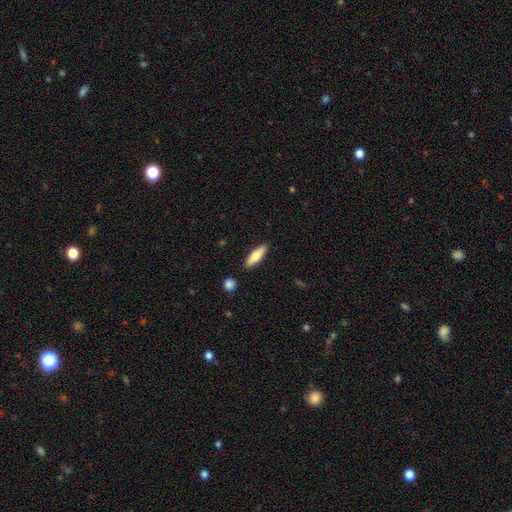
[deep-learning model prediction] Q: Smooth or featured?
A: smooth (66%); runner-up: featured or disk (28%)
Q: How rounded?
A: cigar-shaped (56%); runner-up: in between (42%)
Q: Merging?
A: none (88%); runner-up: minor disturbance (8%)